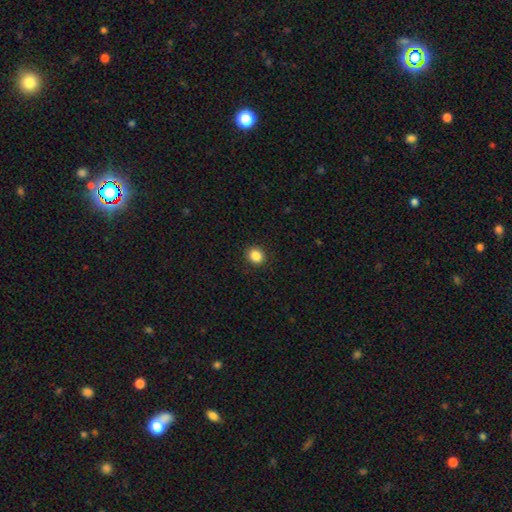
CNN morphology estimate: smooth-or-featured: smooth: 87% | star or artifact: 10% | featured or disk: 3%
  how-rounded: round: 73% | in between: 26% | cigar-shaped: 1%
  merging: none: 92% | minor disturbance: 6% | major disturbance: 2% | merger: 1%